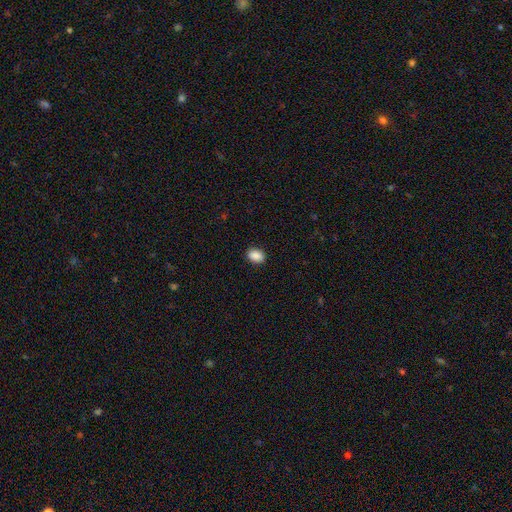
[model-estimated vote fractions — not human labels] Smooth or featured? Predicted: smooth (p=0.89). How rounded? Predicted: in between (p=0.76). Merging? Predicted: none (p=0.90).